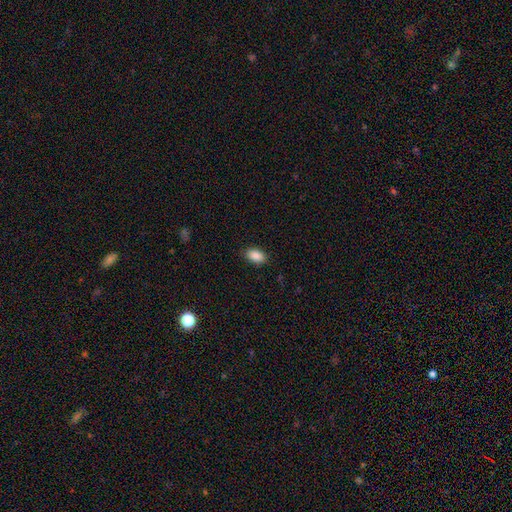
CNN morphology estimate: A smooth galaxy with no disk features (89%) that is in between round and cigar-shaped (93%).

Vote fractions:
- Smooth or featured? smooth: 89% / star or artifact: 8% / featured or disk: 3%
- How rounded? in between: 93% / round: 5% / cigar-shaped: 2%
- Merging? none: 88% / minor disturbance: 9% / major disturbance: 2% / merger: 1%